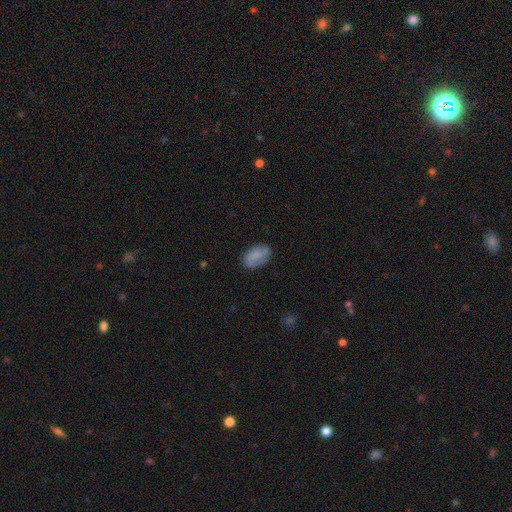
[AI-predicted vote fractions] This is likely a smooth galaxy (73%). How rounded: clearly in between (91%). Merging: likely none (77%).